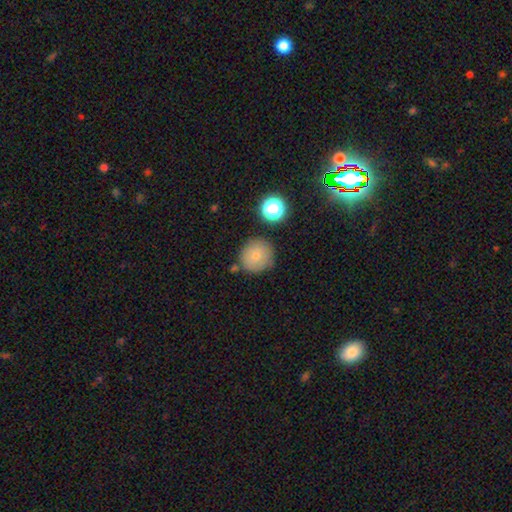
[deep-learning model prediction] Smooth or featured: smooth — 79% (star or artifact — 11%)
How rounded: round — 93% (in between — 6%)
Merging: none — 79% (minor disturbance — 12%)